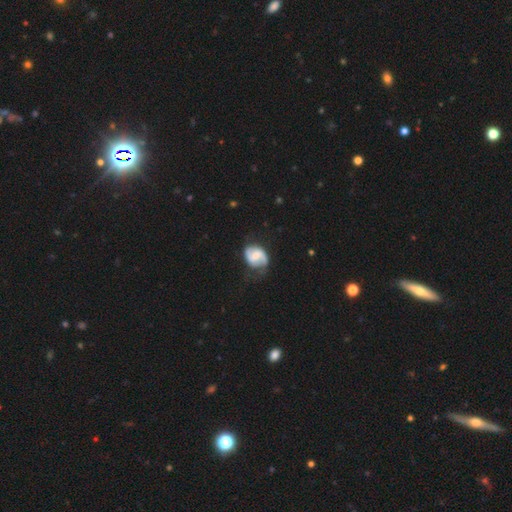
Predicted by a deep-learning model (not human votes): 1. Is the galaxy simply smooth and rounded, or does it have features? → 78% featured or disk, 17% smooth, 5% star or artifact.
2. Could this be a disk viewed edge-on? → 98% no, 2% yes.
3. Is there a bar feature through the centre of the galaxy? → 50% weak, 29% no, 21% strong.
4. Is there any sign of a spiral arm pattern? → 93% yes, 7% no.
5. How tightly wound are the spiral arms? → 43% medium, 39% loose, 18% tight.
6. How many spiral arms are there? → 87% 2, 5% can't tell, 4% 1, 1% 3, 1% 4, 1% more than 4.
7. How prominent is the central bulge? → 43% moderate, 42% small, 11% none, 4% large, 1% dominant.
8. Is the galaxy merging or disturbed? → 61% none, 25% minor disturbance, 12% major disturbance, 2% merger.